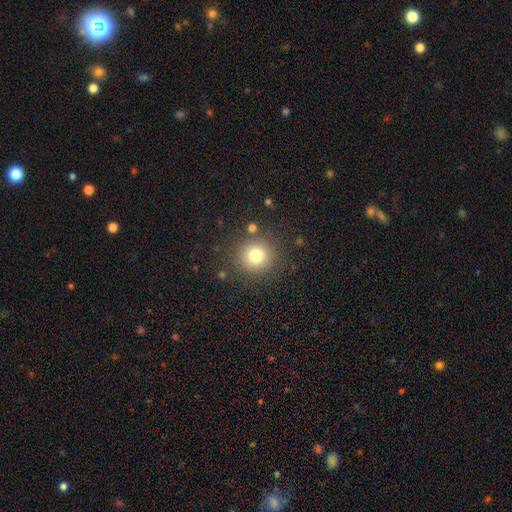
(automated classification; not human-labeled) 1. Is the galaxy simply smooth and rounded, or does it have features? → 78% smooth, 14% star or artifact, 9% featured or disk.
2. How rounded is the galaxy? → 92% round, 7% in between, 1% cigar-shaped.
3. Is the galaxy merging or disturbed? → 86% none, 8% minor disturbance, 4% major disturbance, 3% merger.